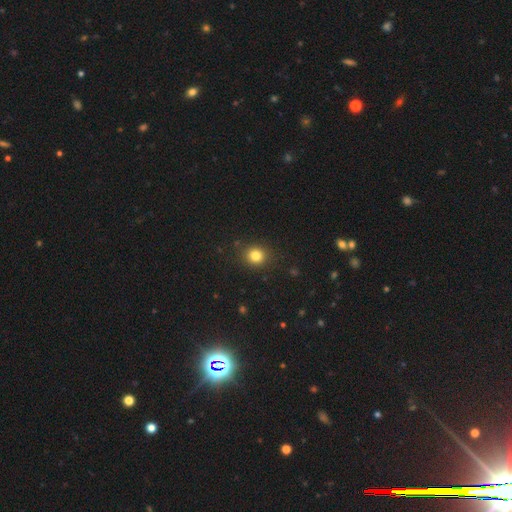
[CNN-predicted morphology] type=smooth (82%); roundness=round (83%); merging=none (88%).